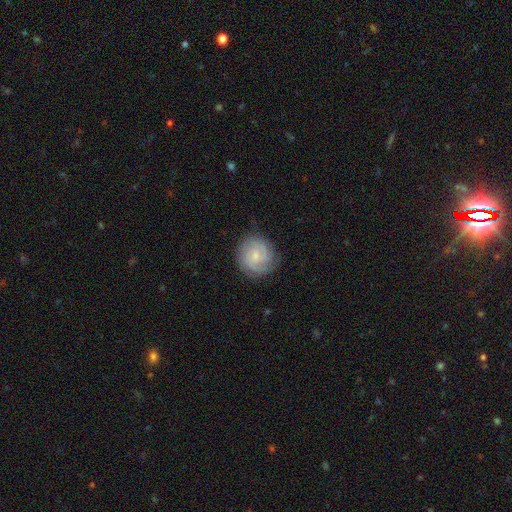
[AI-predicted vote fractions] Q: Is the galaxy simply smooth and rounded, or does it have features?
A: featured or disk — 57%.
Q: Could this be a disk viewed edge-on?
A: no — 98%.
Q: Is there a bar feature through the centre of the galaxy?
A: no — 57%.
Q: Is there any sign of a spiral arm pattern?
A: yes — 91%.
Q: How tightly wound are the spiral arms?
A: tight — 62%.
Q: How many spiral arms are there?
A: can't tell — 33%.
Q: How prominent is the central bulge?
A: small — 64%.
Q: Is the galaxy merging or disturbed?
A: none — 80%.